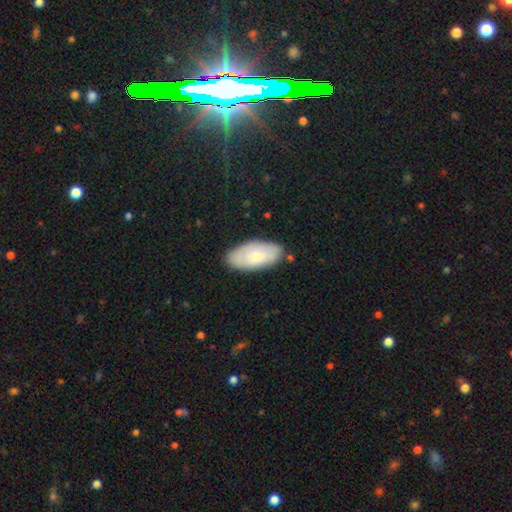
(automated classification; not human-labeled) This appears to be a smooth galaxy with no disk features (66%) that is in between round and cigar-shaped (93%). Merging: none (81%).